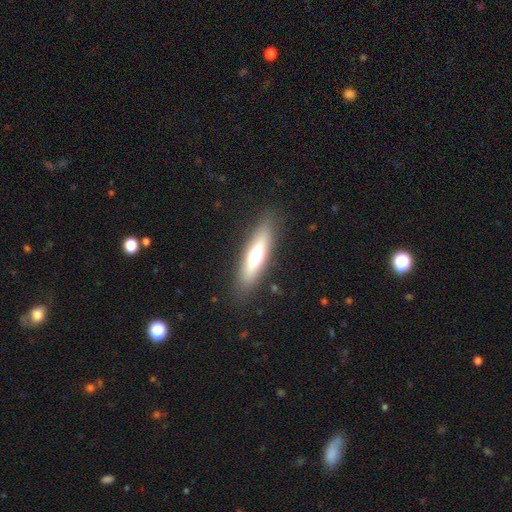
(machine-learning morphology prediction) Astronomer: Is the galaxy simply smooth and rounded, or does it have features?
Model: smooth — 49% (runner-up: featured or disk, 43%).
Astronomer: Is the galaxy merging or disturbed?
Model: none — 87%.